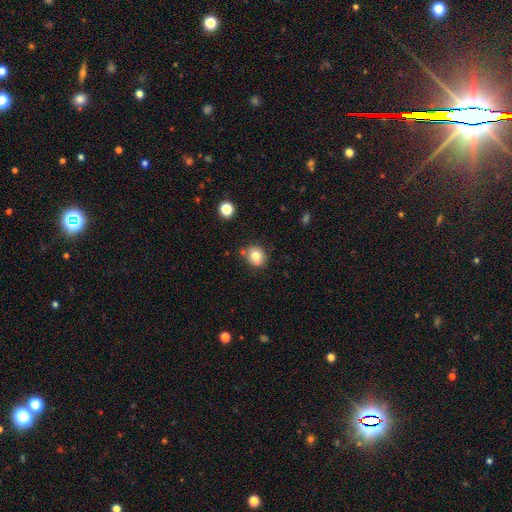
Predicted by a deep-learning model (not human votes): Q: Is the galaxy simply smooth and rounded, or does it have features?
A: smooth — 78%.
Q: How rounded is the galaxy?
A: round — 79%.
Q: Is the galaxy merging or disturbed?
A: none — 76%.